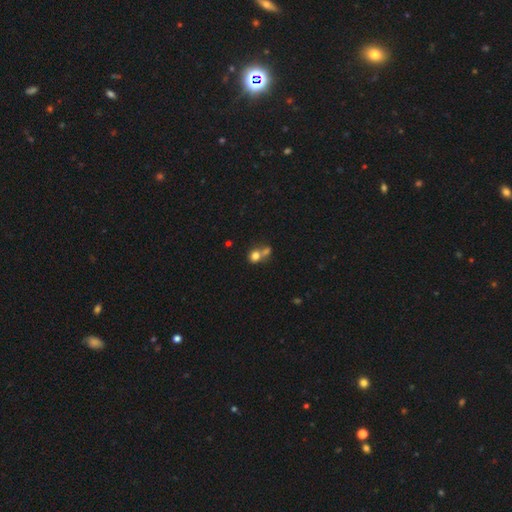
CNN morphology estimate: Smooth or featured: smooth — 76% (star or artifact — 12%)
How rounded: round — 75% (in between — 24%)
Merging: merger — 51% (none — 38%)